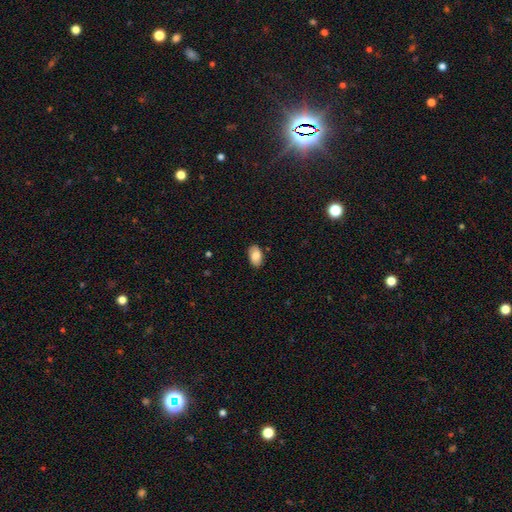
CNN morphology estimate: type=smooth (80%); roundness=in between (93%); merging=none (85%).